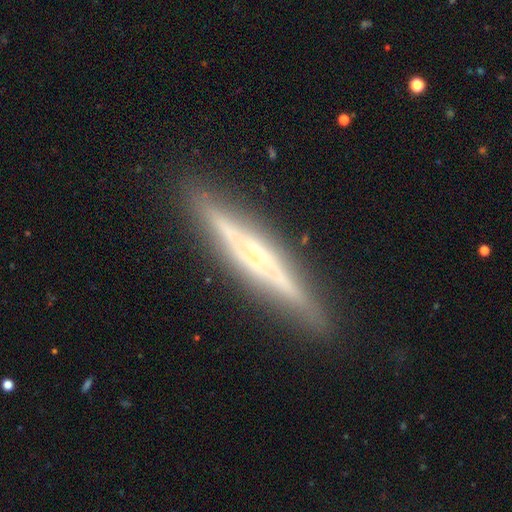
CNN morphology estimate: A featured or disk galaxy (80%) viewed edge-on (95%) with a rounded central bulge (46%).

Vote fractions:
- Smooth or featured? featured or disk: 80% / smooth: 14% / star or artifact: 6%
- Edge-on disk? yes: 95% / no: 5%
- Edge-on bulge? rounded: 46% / none: 32% / boxy: 21%
- Merging? none: 88% / minor disturbance: 9% / major disturbance: 2% / merger: 1%